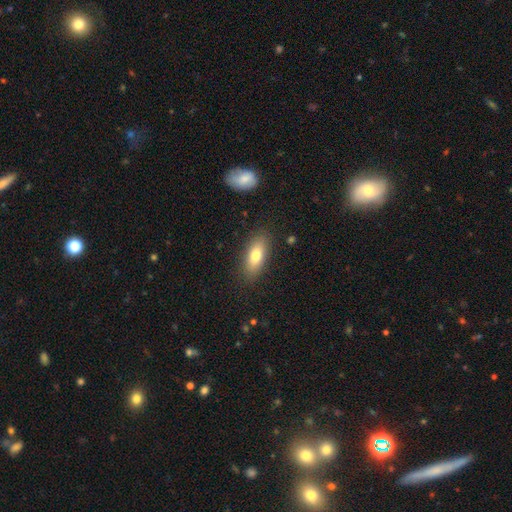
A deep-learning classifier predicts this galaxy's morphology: smooth 75%, featured or disk 17%, star or artifact 7%. Down the decision tree: how rounded — in between (78%); merging — none (85%).